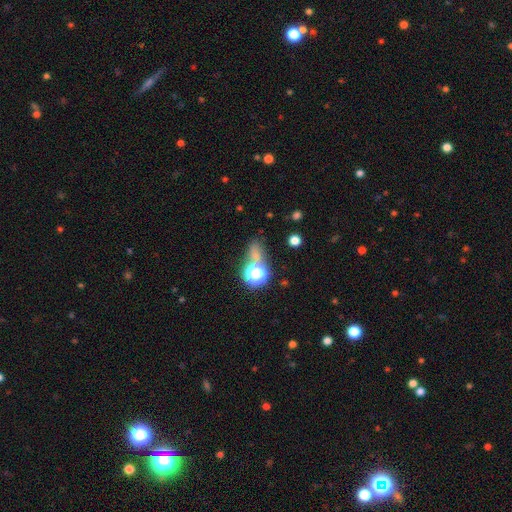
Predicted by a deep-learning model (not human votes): Smooth or featured: smooth — 54% (star or artifact — 37%)
How rounded: round — 50% (in between — 43%)
Merging: none — 57% (merger — 16%)